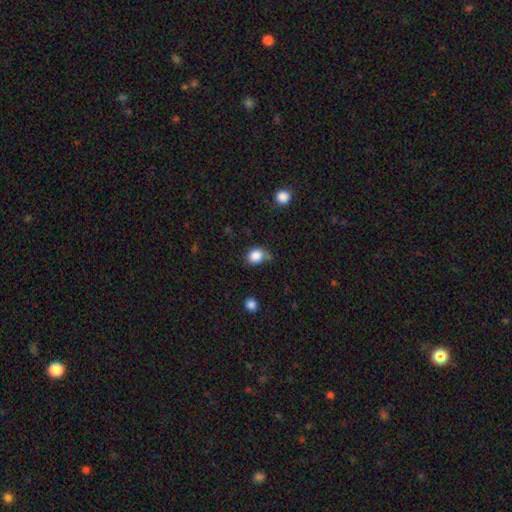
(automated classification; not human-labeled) Smooth or featured: smooth — 85% (star or artifact — 10%)
How rounded: round — 63% (in between — 36%)
Merging: none — 61% (minor disturbance — 26%)